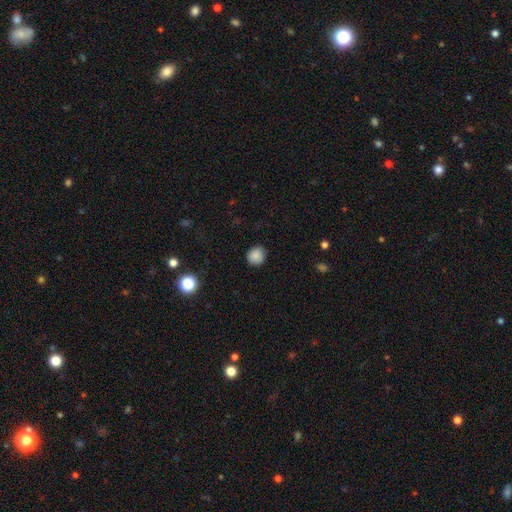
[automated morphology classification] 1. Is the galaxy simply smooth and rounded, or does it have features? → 86% smooth, 10% star or artifact, 4% featured or disk.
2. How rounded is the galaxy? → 86% round, 13% in between, 1% cigar-shaped.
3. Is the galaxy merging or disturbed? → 87% none, 10% minor disturbance, 2% major disturbance, 1% merger.